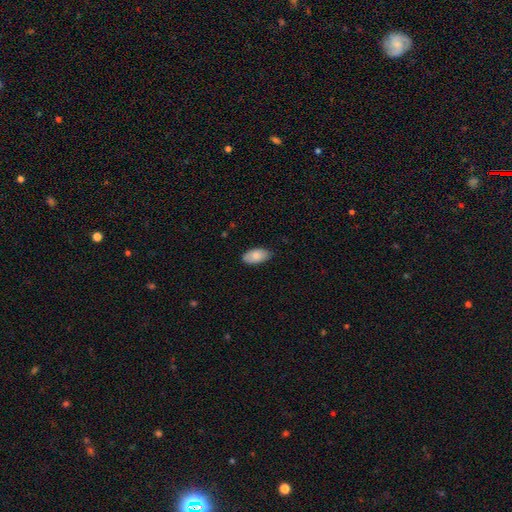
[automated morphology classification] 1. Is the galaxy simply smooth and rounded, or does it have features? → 85% smooth, 9% featured or disk, 6% star or artifact.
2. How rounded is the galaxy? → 95% in between, 3% cigar-shaped, 3% round.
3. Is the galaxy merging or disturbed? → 83% none, 14% minor disturbance, 2% major disturbance, 1% merger.